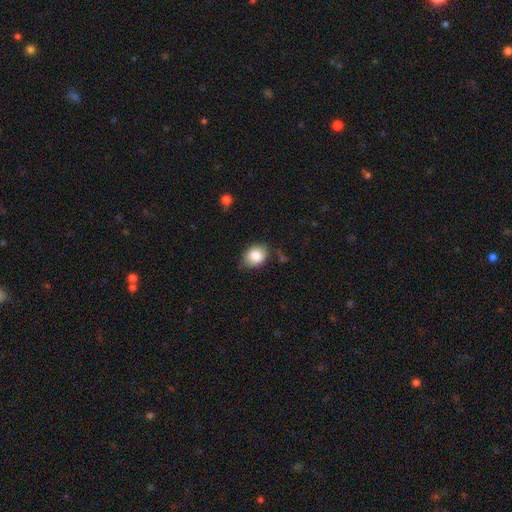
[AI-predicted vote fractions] Smooth or featured? smooth (83%)
How rounded? in between (54%)
Merging? none (75%)